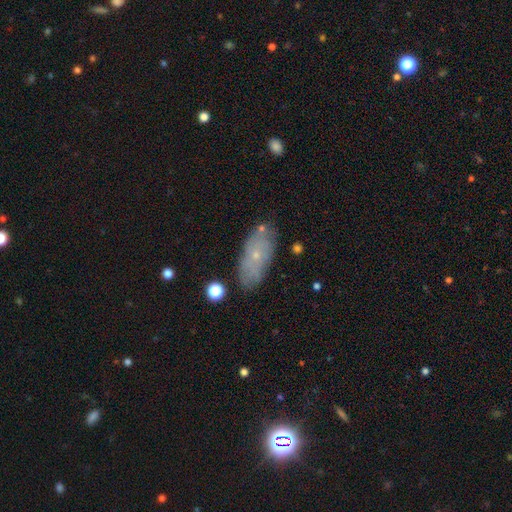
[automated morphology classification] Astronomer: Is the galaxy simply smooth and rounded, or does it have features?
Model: smooth — 46% (runner-up: featured or disk, 45%).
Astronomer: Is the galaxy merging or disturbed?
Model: none — 75%.